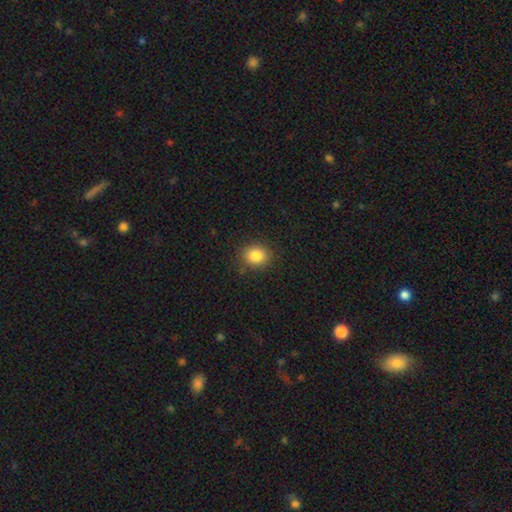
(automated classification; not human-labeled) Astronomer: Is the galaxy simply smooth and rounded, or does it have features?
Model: smooth — 84%.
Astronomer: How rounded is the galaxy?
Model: round — 64%.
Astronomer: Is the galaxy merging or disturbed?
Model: none — 85%.